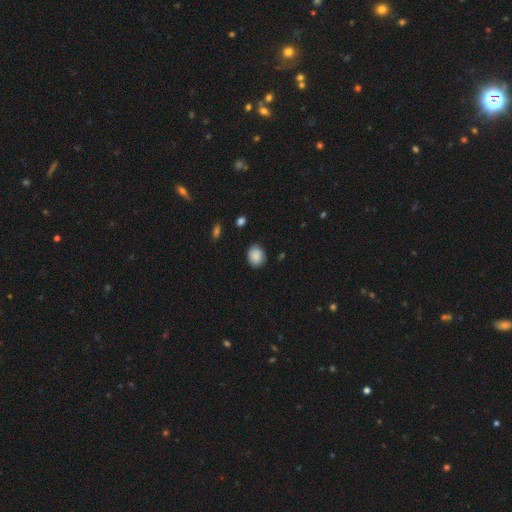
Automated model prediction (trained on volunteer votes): Smooth or featured? smooth (87%)
How rounded? round (58%)
Merging? none (82%)